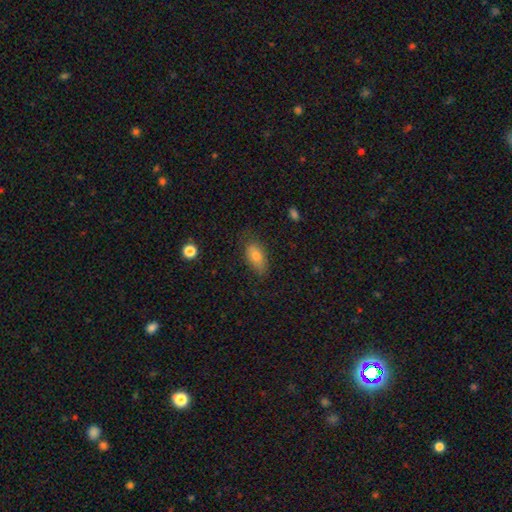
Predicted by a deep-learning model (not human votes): Smooth or featured? Predicted: smooth (p=0.77). How rounded? Predicted: in between (p=0.87). Merging? Predicted: none (p=0.75).